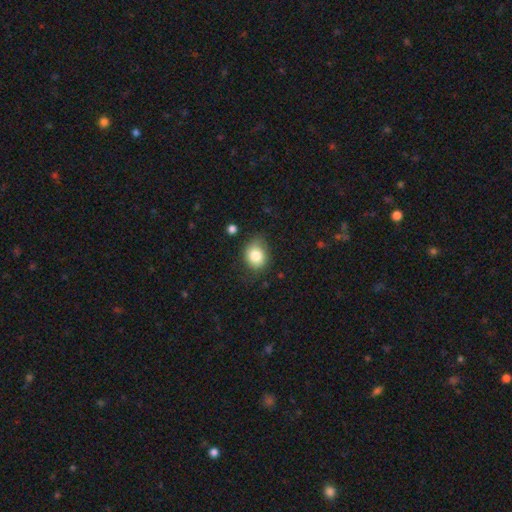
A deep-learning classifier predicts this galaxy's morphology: smooth 82%, featured or disk 9%, star or artifact 9%. Down the decision tree: how rounded — round (51%); merging — none (65%).